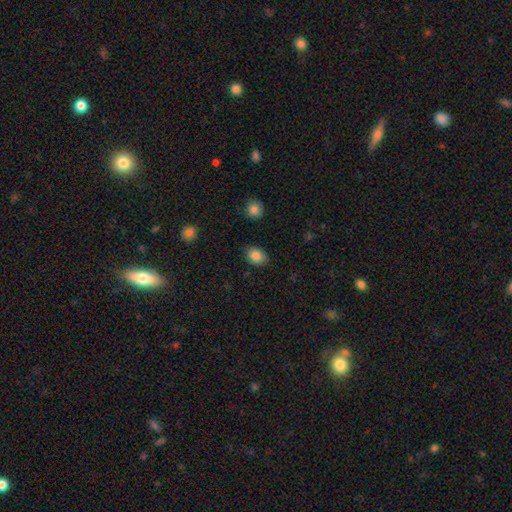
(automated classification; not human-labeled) smooth 86%, star or artifact 8%, featured or disk 6%. Down the decision tree: how rounded — in between (74%); merging — none (85%).